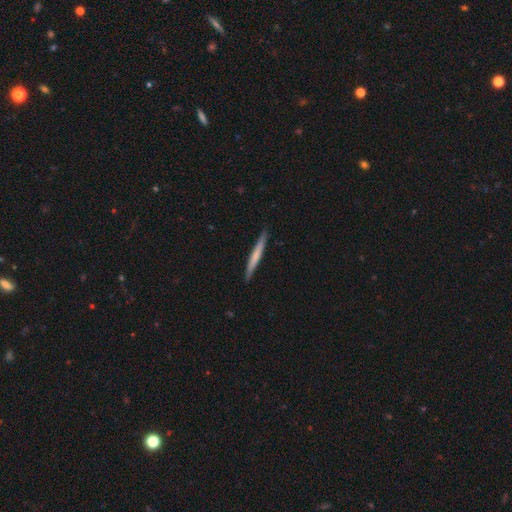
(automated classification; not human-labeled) The model was most divided on "smooth or featured": smooth: 58%, featured or disk: 37%, star or artifact: 5%. More confident: how rounded — cigar-shaped (96%); merging — none (90%).